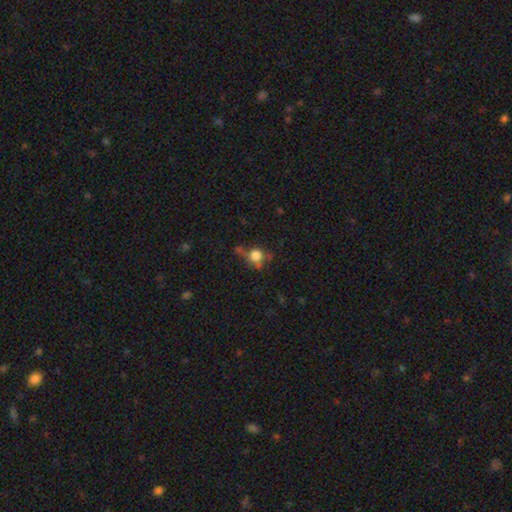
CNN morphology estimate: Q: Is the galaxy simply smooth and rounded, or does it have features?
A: smooth — 71%.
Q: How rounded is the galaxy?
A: round — 85%.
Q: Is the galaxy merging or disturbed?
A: none — 55%.